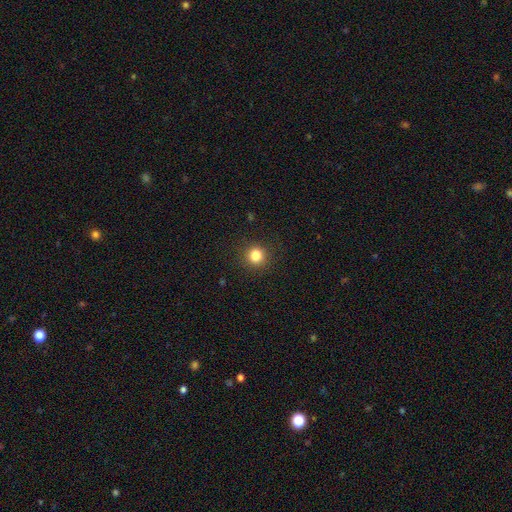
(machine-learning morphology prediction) Q: Smooth or featured?
A: smooth (83%); runner-up: star or artifact (12%)
Q: How rounded?
A: round (92%); runner-up: in between (7%)
Q: Merging?
A: none (91%); runner-up: minor disturbance (6%)